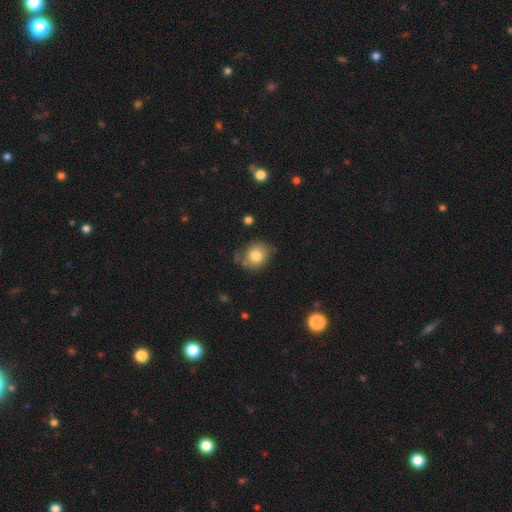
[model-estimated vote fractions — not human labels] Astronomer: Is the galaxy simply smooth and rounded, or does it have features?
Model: smooth — 79%.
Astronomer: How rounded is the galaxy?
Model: round — 74%.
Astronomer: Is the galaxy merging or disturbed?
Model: none — 72%.